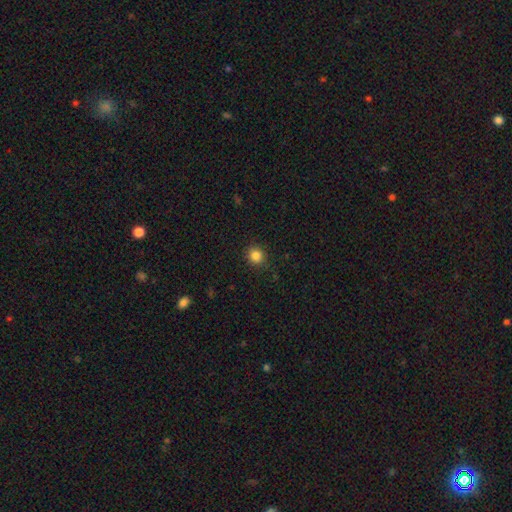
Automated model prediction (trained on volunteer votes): Smooth or featured?
  - smooth: 85% *
  - star or artifact: 11%
  - featured or disk: 4%
How rounded?
  - round: 89% *
  - in between: 10%
  - cigar-shaped: 1%
Merging?
  - none: 90% *
  - minor disturbance: 7%
  - major disturbance: 2%
  - merger: 1%